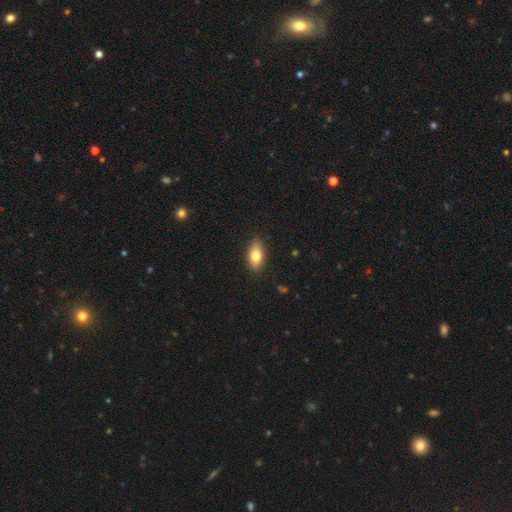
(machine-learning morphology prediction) Q: Smooth or featured?
A: smooth (75%); runner-up: featured or disk (18%)
Q: How rounded?
A: in between (86%); runner-up: cigar-shaped (7%)
Q: Merging?
A: none (86%); runner-up: minor disturbance (11%)